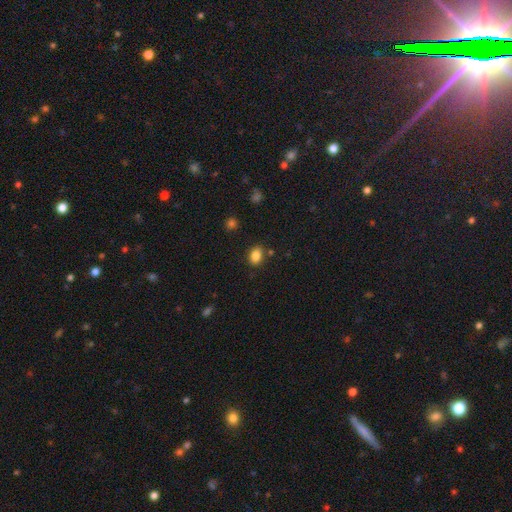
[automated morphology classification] This is clearly a smooth galaxy (85%). How rounded: likely in between (71%). Merging: clearly none (81%).